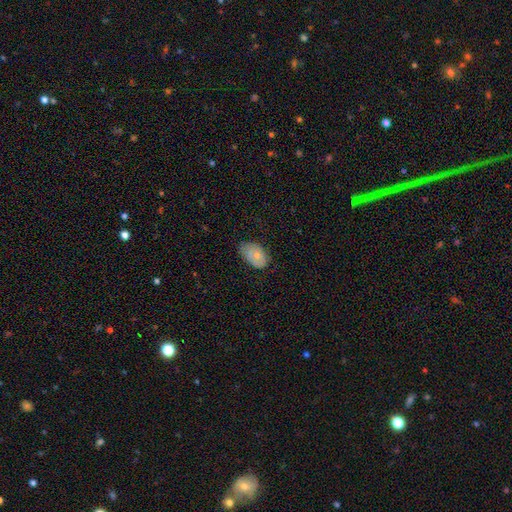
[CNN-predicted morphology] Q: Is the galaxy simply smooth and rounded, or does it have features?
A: smooth — 70%.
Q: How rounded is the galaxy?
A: in between — 91%.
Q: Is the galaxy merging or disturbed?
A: none — 62%.